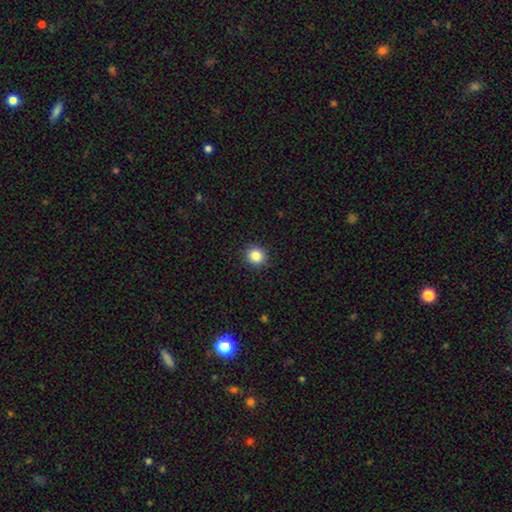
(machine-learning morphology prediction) This appears to be a smooth galaxy with no disk features (86%) that is round (92%). Merging: none (92%).